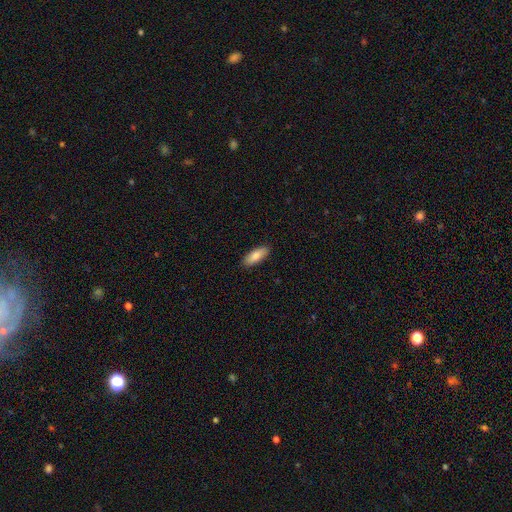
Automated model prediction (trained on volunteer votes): smooth 84%, featured or disk 10%, star or artifact 6%. Down the decision tree: how rounded — in between (73%); merging — none (90%).